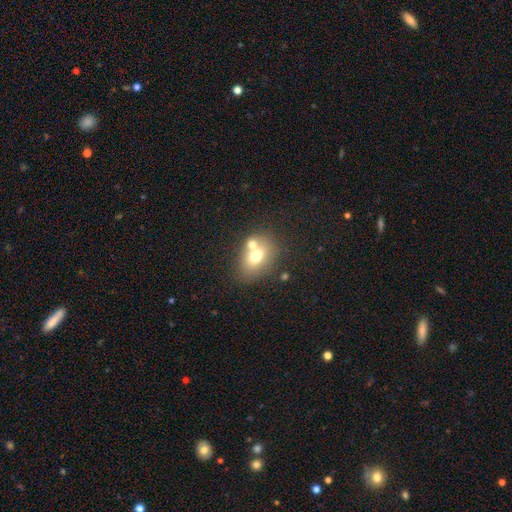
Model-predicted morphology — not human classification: Q: Smooth or featured?
A: smooth (67%); runner-up: featured or disk (23%)
Q: How rounded?
A: in between (67%); runner-up: round (32%)
Q: Merging?
A: none (47%); runner-up: merger (36%)